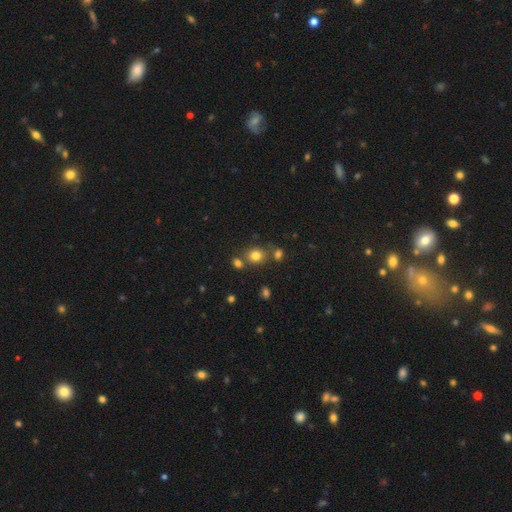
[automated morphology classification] Q: Smooth or featured?
A: smooth (77%); runner-up: star or artifact (15%)
Q: How rounded?
A: round (73%); runner-up: in between (26%)
Q: Merging?
A: none (68%); runner-up: merger (18%)